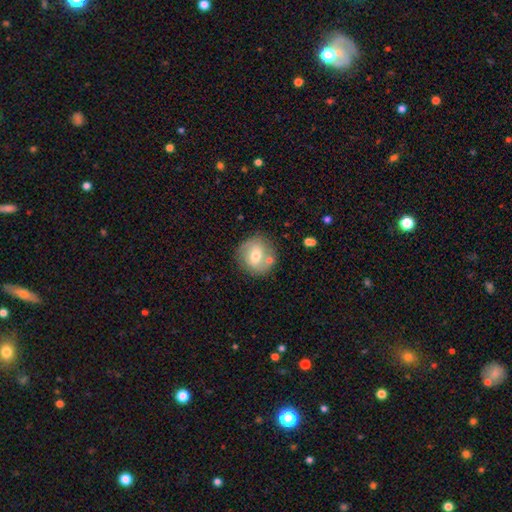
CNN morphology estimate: Smooth or featured? smooth (56%)
How rounded? round (84%)
Merging? none (71%)